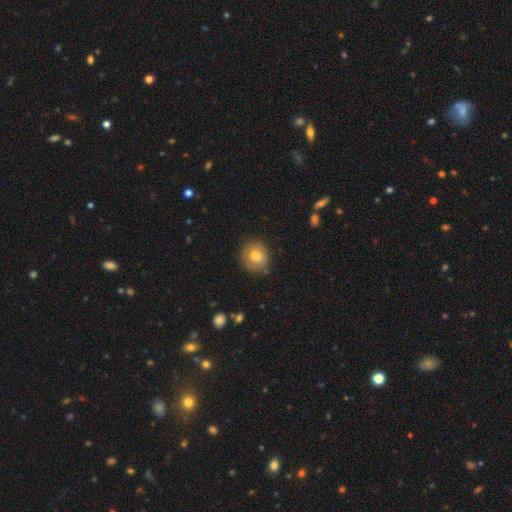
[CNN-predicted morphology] Overall: smooth (76%). How rounded: round (79%). Merging: none (77%).